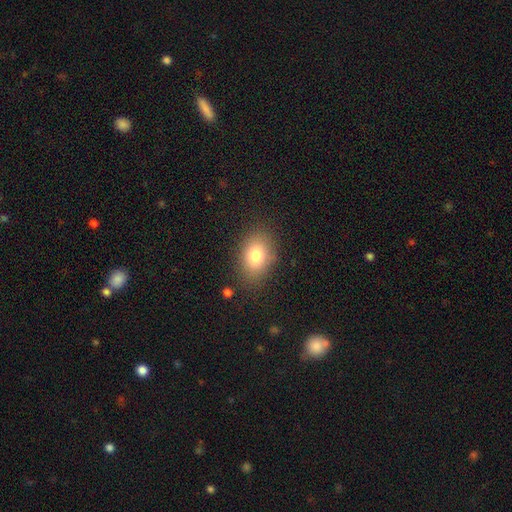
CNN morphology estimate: smooth_or_featured: smooth (p=0.79) [alt: featured or disk p=0.11]
how_rounded: in between (p=0.76) [alt: round p=0.23]
merging: none (p=0.82) [alt: minor disturbance p=0.12]